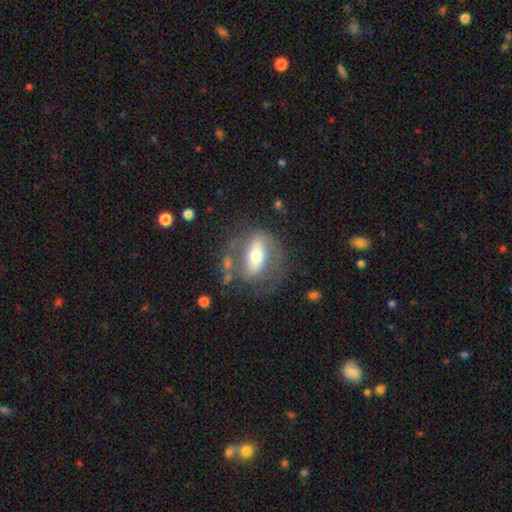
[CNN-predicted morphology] Q: Smooth or featured?
A: featured or disk (57%); runner-up: smooth (36%)
Q: Edge-on disk?
A: no (83%); runner-up: yes (17%)
Q: Merging?
A: none (59%); runner-up: minor disturbance (19%)